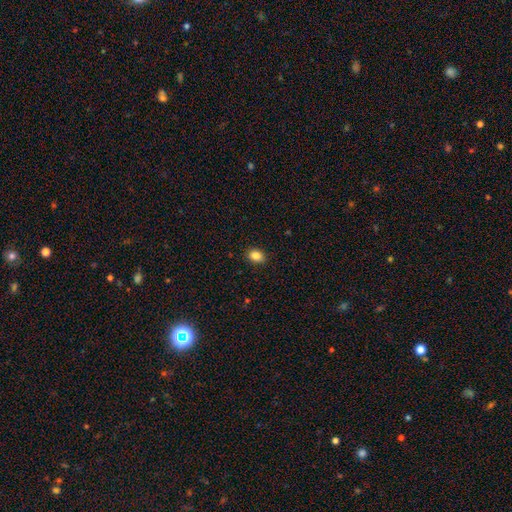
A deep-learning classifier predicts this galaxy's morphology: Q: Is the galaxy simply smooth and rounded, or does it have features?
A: smooth — 86%.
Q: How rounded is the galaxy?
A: in between — 74%.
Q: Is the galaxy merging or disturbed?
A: none — 89%.